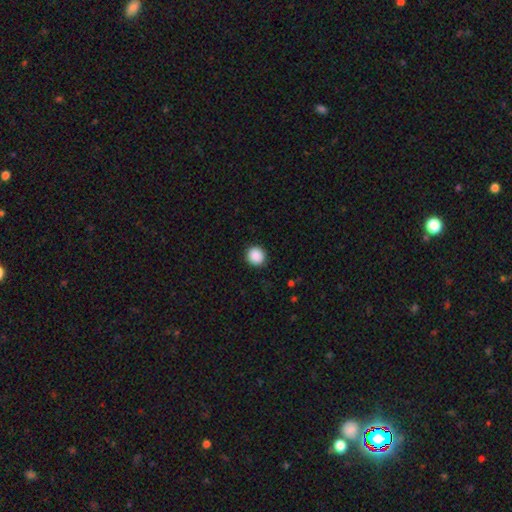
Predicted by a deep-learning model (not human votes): smooth-or-featured: smooth: 89% | star or artifact: 8% | featured or disk: 2%
  how-rounded: round: 89% | in between: 11% | cigar-shaped: 1%
  merging: none: 91% | minor disturbance: 6% | major disturbance: 2% | merger: 1%